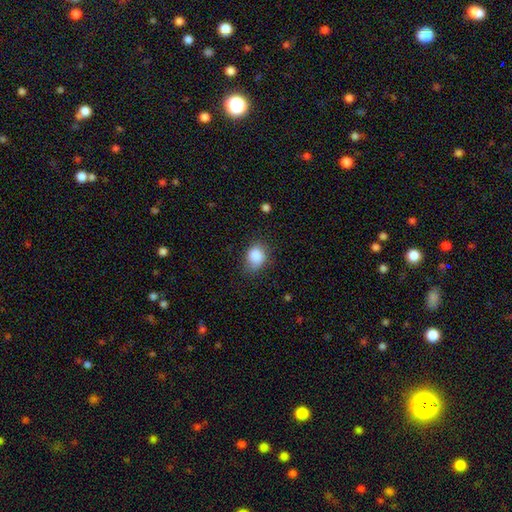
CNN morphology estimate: A smooth galaxy with no disk features (86%) that is in between round and cigar-shaped (53%).

Vote fractions:
- Smooth or featured? smooth: 86% / star or artifact: 8% / featured or disk: 5%
- How rounded? in between: 53% / round: 46% / cigar-shaped: 1%
- Merging? none: 64% / minor disturbance: 27% / major disturbance: 7% / merger: 2%